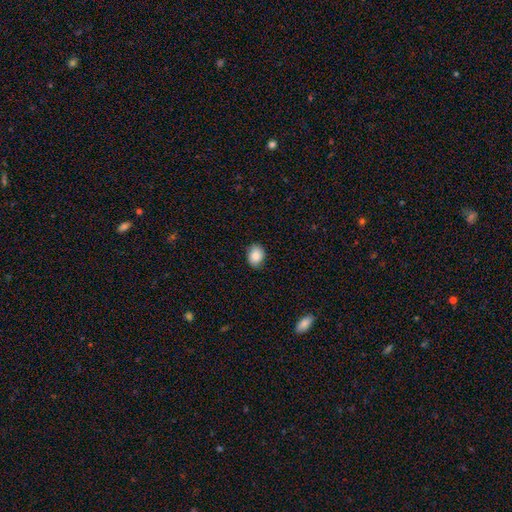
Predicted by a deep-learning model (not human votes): A smooth galaxy with no disk features (87%) that is in between round and cigar-shaped (53%).

Vote fractions:
- Smooth or featured? smooth: 87% / star or artifact: 8% / featured or disk: 5%
- How rounded? in between: 53% / round: 47% / cigar-shaped: 1%
- Merging? none: 84% / minor disturbance: 13% / major disturbance: 2% / merger: 1%